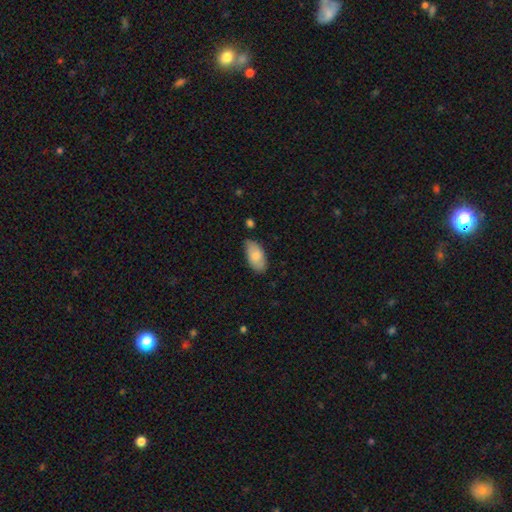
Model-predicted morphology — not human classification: Smooth or featured? Predicted: smooth (p=0.80). How rounded? Predicted: in between (p=0.94). Merging? Predicted: none (p=0.75).